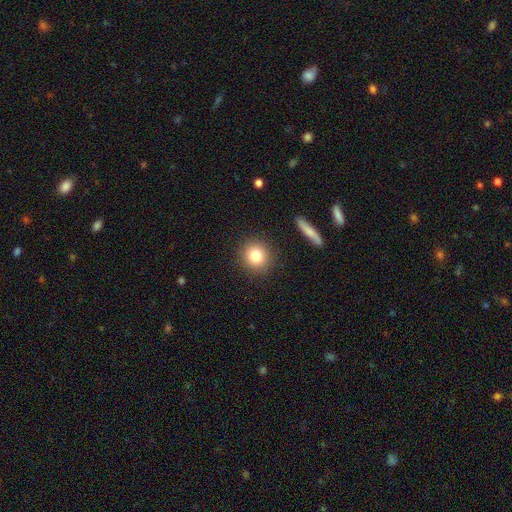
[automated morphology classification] Overall: smooth (81%). How rounded: round (90%). Merging: none (89%).